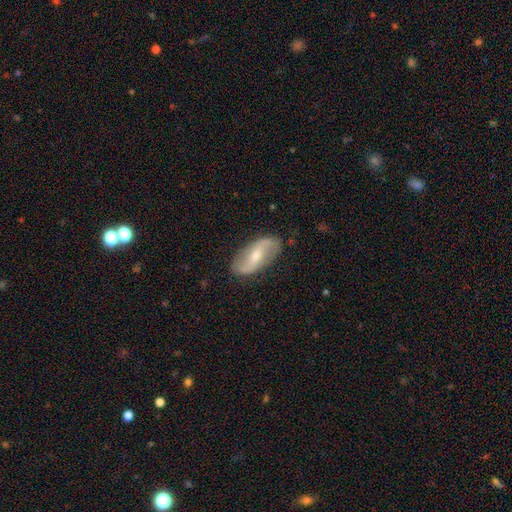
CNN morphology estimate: The model was most divided on "bulge size": small: 50%, moderate: 45%, none: 2%, large: 2%, dominant: 1%. Remaining: edge-on disk — no (94%); spiral arm count — 2 (91%); spiral arms — yes (88%); merging — none (83%); smooth or featured — featured or disk (76%); spiral winding — loose (62%); bar — weak (45%).